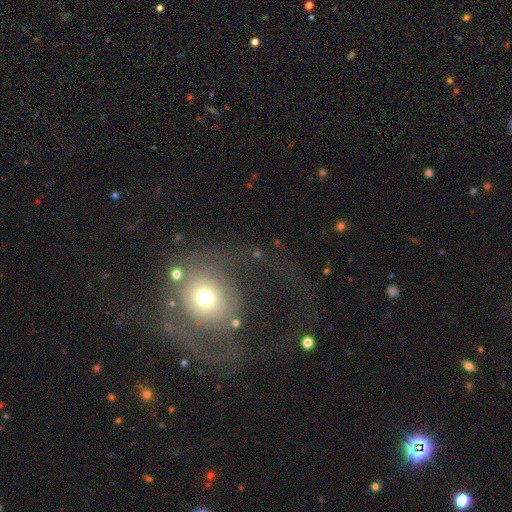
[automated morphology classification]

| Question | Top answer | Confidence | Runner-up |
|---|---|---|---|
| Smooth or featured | featured or disk | 56% | smooth (32%) |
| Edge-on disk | no | 96% | yes (4%) |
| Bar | no | 82% | weak (13%) |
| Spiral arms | yes | 58% | no (42%) |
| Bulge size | moderate | 56% | small (28%) |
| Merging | major disturbance | 50% | none (32%) |